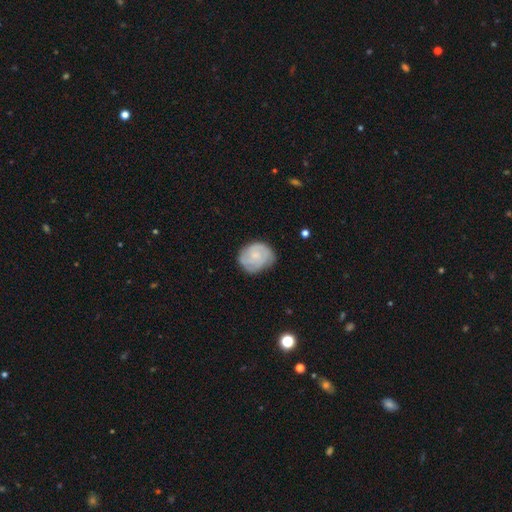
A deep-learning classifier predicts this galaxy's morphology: The model was most divided on "spiral arm count": can't tell: 32%, 3: 27%, 2: 26%, 4: 7%, 1: 5%, more than 4: 4%. Remaining: edge-on disk — no (98%); spiral arms — yes (89%); bar — no (73%); merging — none (70%); smooth or featured — featured or disk (58%); spiral winding — tight (57%); bulge size — small (49%).